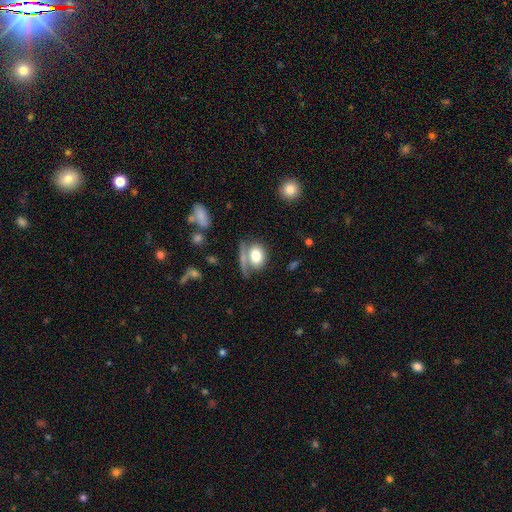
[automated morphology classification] This is likely a smooth galaxy (74%). How rounded: likely in between (72%). Merging: possibly none (47%).